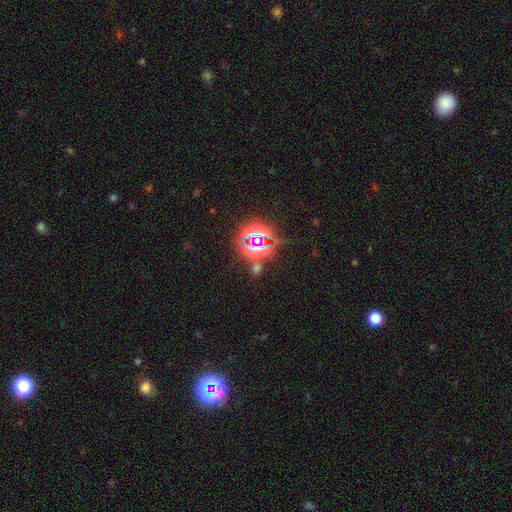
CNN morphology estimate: smooth_or_featured: star or artifact (p=0.77) [alt: smooth p=0.14]